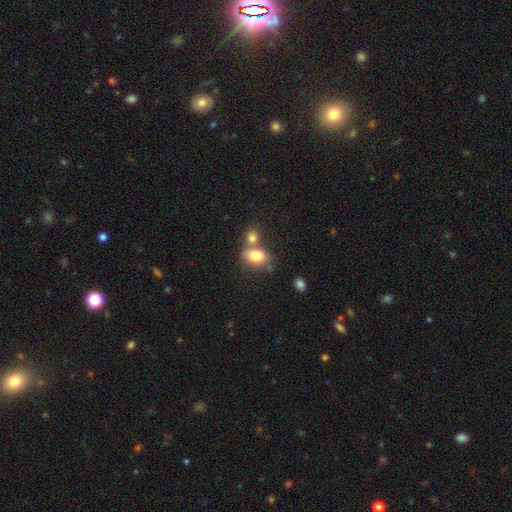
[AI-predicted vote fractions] This appears to be a smooth galaxy with no disk features (81%) that is in between round and cigar-shaped (74%). Merging: merger (46%).